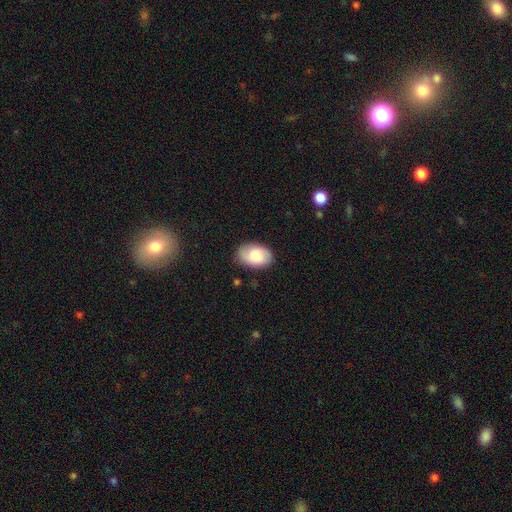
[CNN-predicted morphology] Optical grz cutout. It shows a smooth galaxy with no disk features (73%) that is in between round and cigar-shaped (90%). Merging: none (80%).